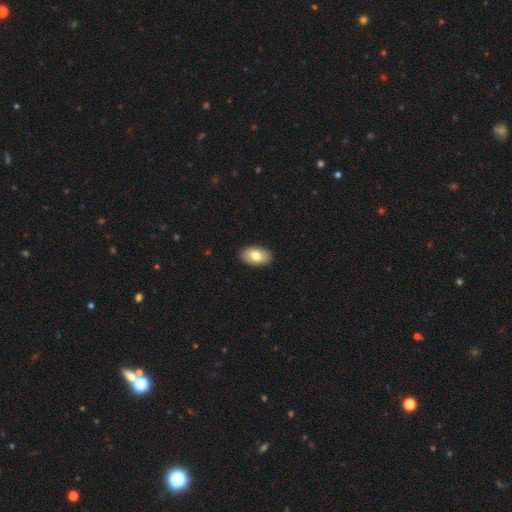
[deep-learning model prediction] Smooth or featured? smooth (78%)
How rounded? in between (91%)
Merging? none (90%)